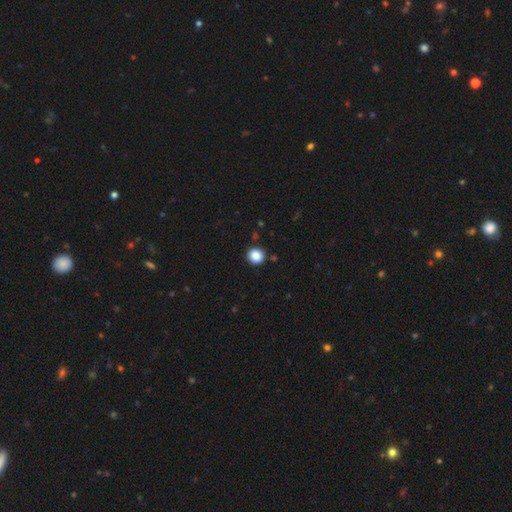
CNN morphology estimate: Smooth or featured: smooth — 86% (star or artifact — 11%)
How rounded: round — 93% (in between — 6%)
Merging: none — 91% (minor disturbance — 5%)